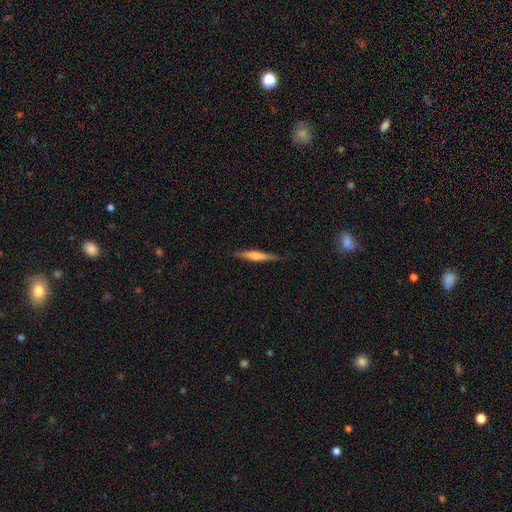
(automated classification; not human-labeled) smooth-or-featured: smooth: 57% | featured or disk: 38% | star or artifact: 6%
  how-rounded: cigar-shaped: 91% | in between: 7% | round: 1%
  merging: none: 86% | minor disturbance: 11% | major disturbance: 2% | merger: 1%